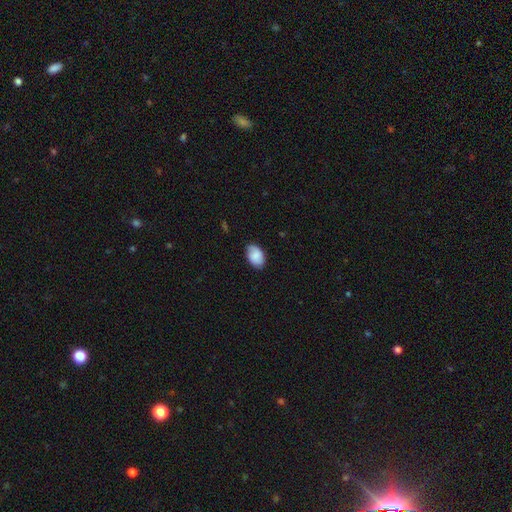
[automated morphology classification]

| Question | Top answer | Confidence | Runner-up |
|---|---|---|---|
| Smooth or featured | smooth | 83% | featured or disk (10%) |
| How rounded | in between | 88% | round (11%) |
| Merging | none | 78% | minor disturbance (18%) |